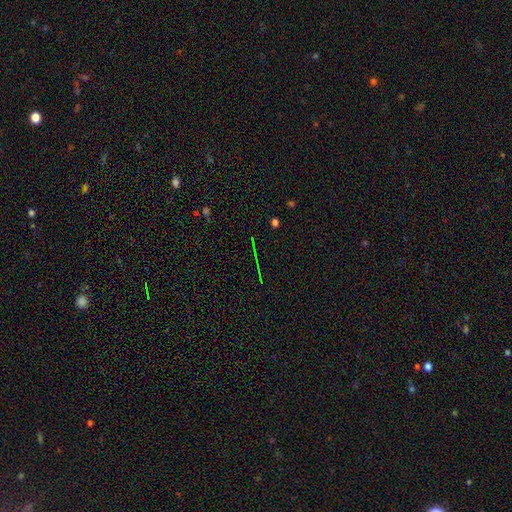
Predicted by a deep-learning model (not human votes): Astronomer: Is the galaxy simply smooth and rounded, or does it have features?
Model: star or artifact — 72%.